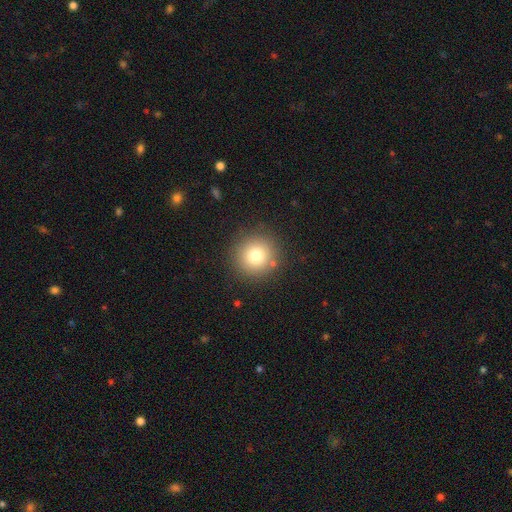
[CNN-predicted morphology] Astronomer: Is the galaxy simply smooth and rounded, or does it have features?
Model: smooth — 77%.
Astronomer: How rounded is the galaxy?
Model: round — 94%.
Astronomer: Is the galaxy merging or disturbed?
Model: none — 87%.